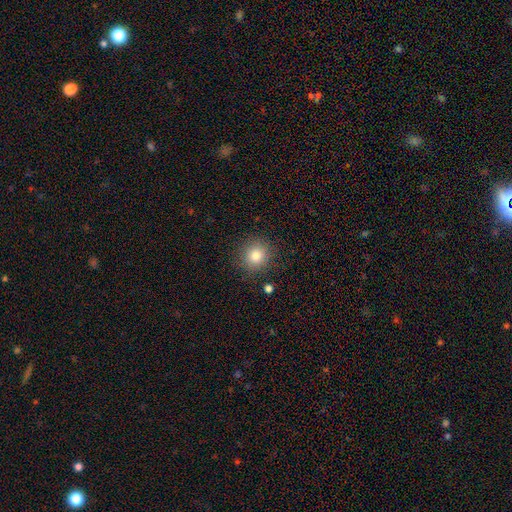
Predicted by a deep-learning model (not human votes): Smooth or featured? Predicted: smooth (p=0.83). How rounded? Predicted: round (p=0.90). Merging? Predicted: none (p=0.87).